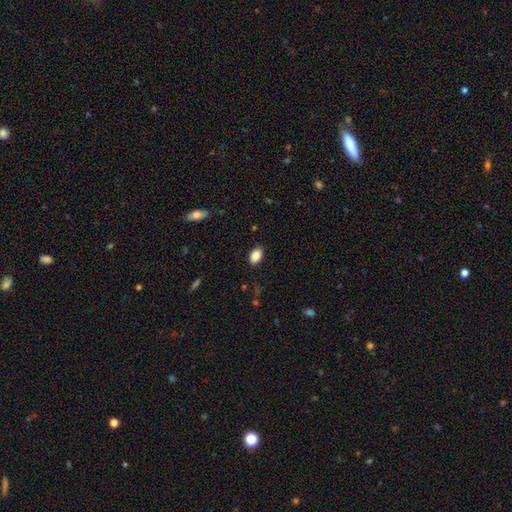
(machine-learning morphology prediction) Smooth or featured: smooth — 87% (star or artifact — 8%)
How rounded: in between — 87% (round — 12%)
Merging: none — 87% (minor disturbance — 10%)